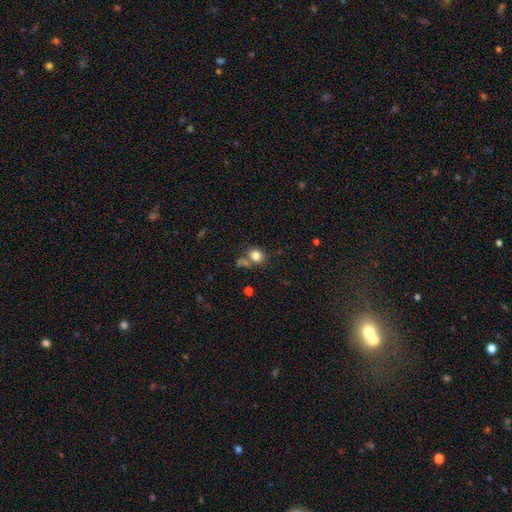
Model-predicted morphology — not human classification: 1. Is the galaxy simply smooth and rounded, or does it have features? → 81% smooth, 12% star or artifact, 7% featured or disk.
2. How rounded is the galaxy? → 59% round, 40% in between, 1% cigar-shaped.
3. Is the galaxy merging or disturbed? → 59% none, 19% merger, 15% minor disturbance, 7% major disturbance.